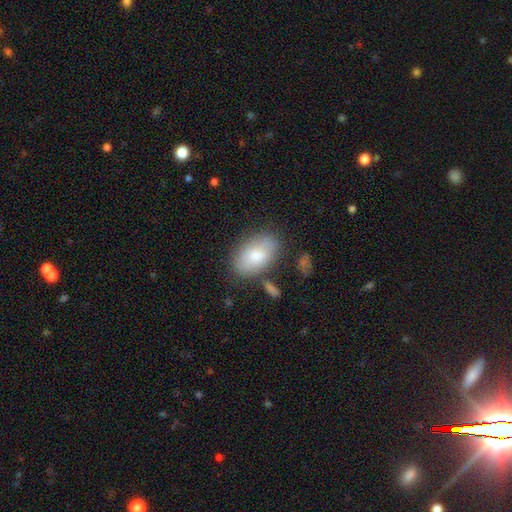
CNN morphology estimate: Overall: smooth (80%). How rounded: in between (92%). Merging: none (74%).